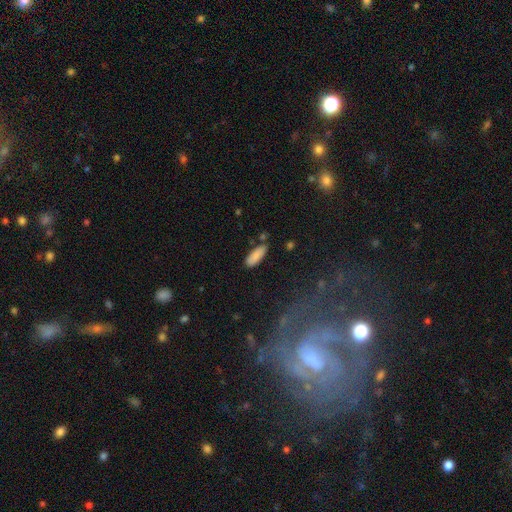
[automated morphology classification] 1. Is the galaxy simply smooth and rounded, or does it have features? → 87% smooth, 7% star or artifact, 6% featured or disk.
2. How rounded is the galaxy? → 66% in between, 32% cigar-shaped, 2% round.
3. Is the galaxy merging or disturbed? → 78% none, 15% minor disturbance, 4% merger, 3% major disturbance.